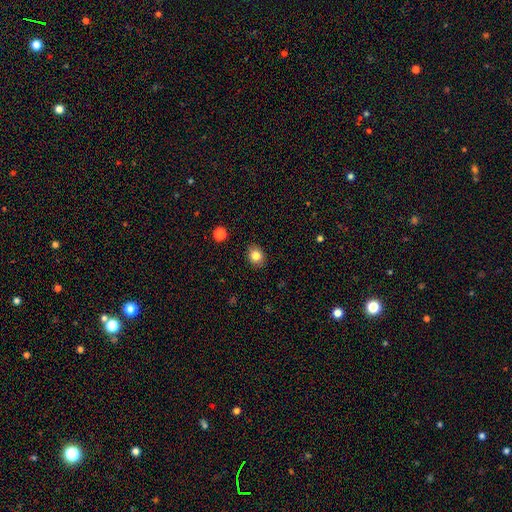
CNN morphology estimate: This is clearly a smooth galaxy (83%). How rounded: possibly round (51%). Merging: clearly none (88%).